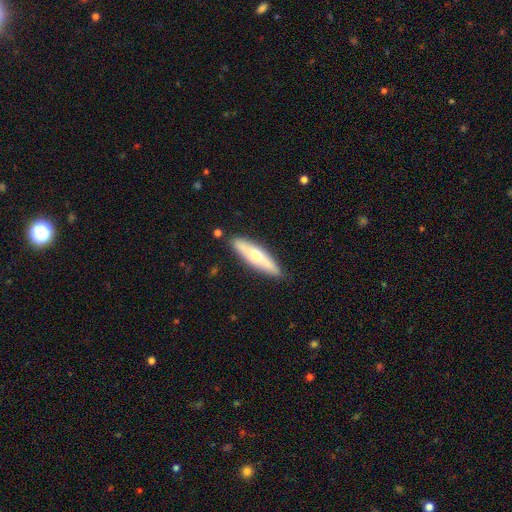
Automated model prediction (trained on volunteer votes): Morphology: type=smooth (49%); merging=none (85%).